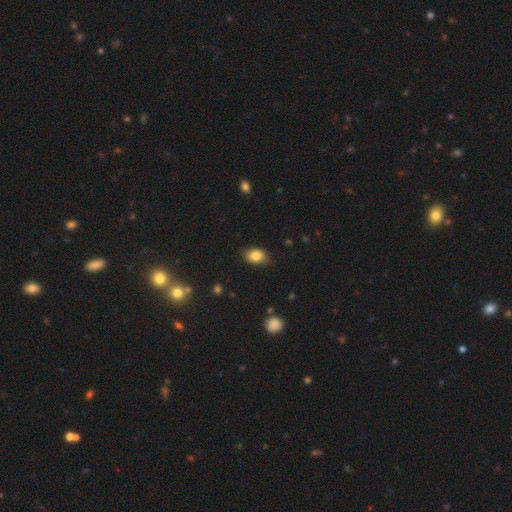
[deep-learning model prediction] Overall: smooth (84%). How rounded: in between (75%). Merging: none (80%).